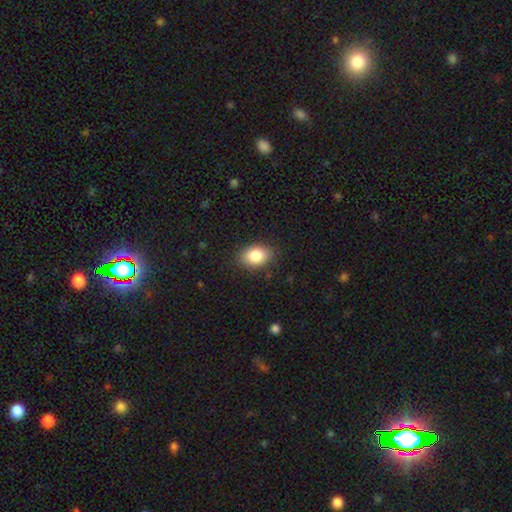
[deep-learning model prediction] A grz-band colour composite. It shows a smooth galaxy with no disk features (85%) that is in between round and cigar-shaped (81%). Merging: none (85%).